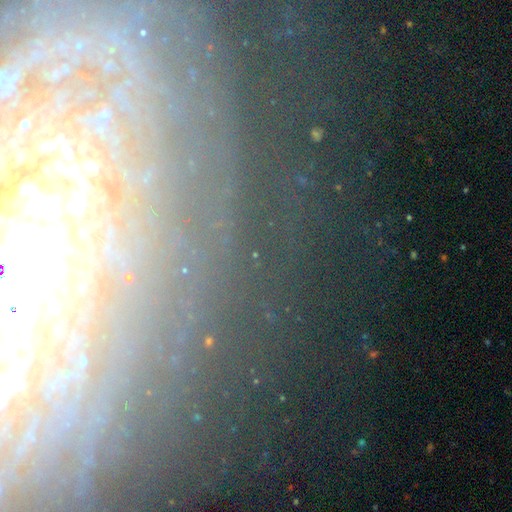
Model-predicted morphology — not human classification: Smooth or featured? star or artifact (50%)